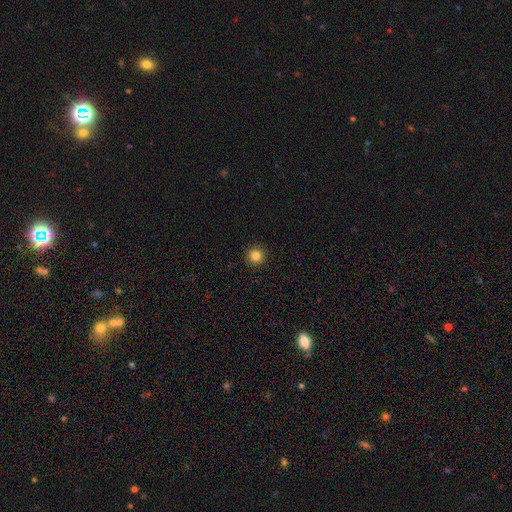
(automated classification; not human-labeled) Overall: smooth (83%). How rounded: round (96%). Merging: none (93%).